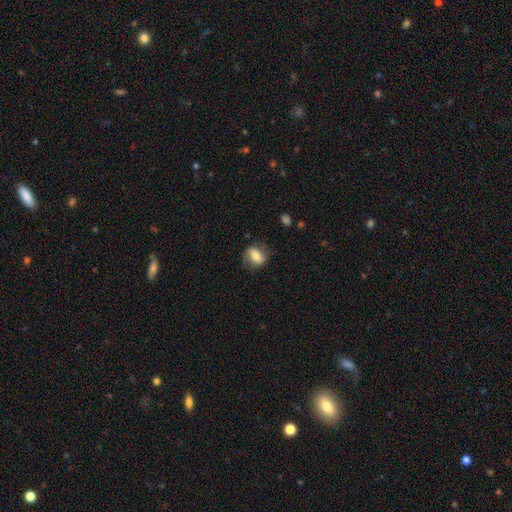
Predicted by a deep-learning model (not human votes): Smooth or featured? smooth (60%)
How rounded? in between (59%)
Merging? none (71%)